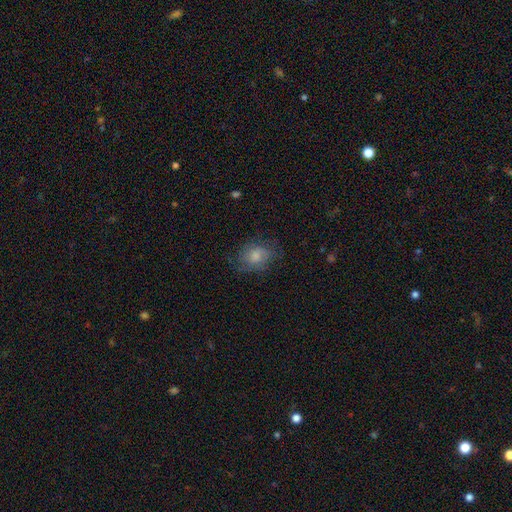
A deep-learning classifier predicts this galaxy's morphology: This is likely a smooth galaxy (71%). How rounded: possibly in between (52%). Merging: likely none (69%).